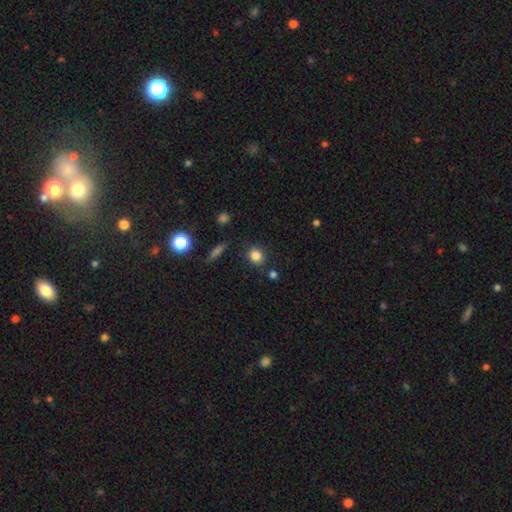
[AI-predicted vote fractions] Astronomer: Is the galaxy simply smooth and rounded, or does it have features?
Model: smooth — 84%.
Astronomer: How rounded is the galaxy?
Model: round — 69%.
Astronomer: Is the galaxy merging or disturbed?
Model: none — 84%.